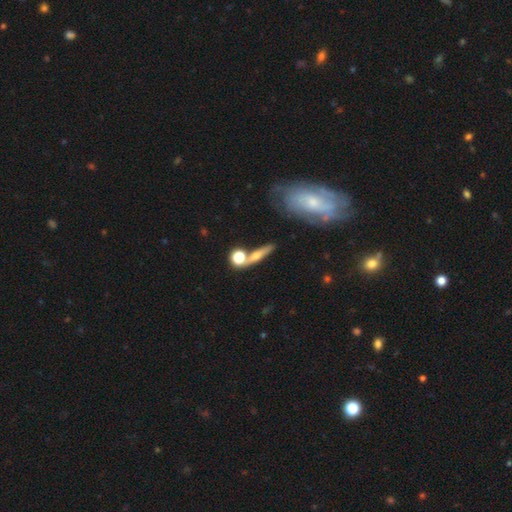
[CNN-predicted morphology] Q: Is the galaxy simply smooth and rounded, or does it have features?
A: smooth — 47%.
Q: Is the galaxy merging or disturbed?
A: none — 61%.